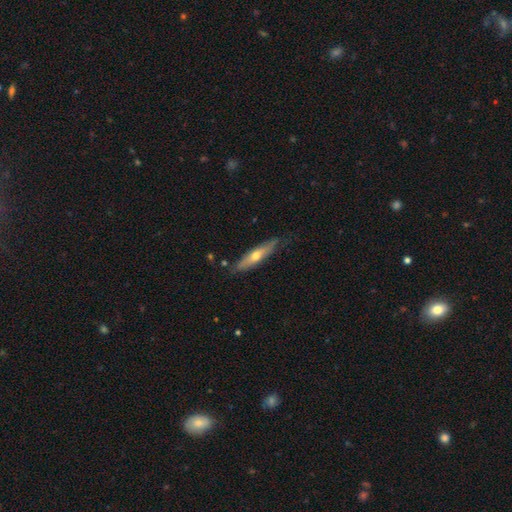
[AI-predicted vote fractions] Morphology: type=featured or disk (55%); edge-on=yes (84%); merging=none (78%).